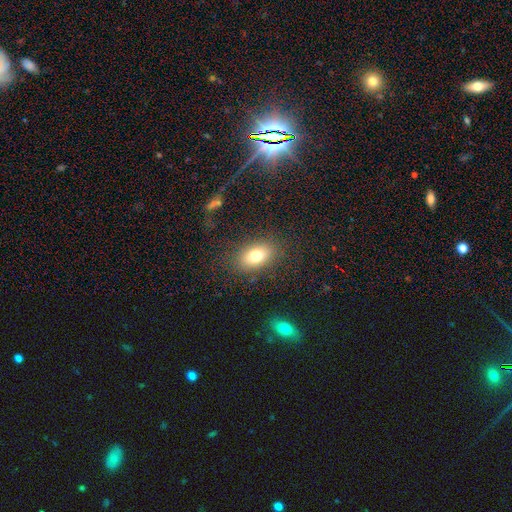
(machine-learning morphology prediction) A smooth galaxy with no disk features (75%) that is in between round and cigar-shaped (85%). Merging: none (83%).